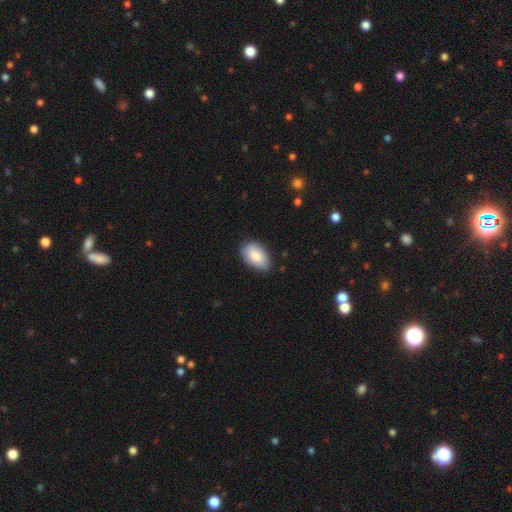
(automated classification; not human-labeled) Smooth or featured? Predicted: smooth (p=0.86). How rounded? Predicted: in between (p=0.94). Merging? Predicted: none (p=0.77).